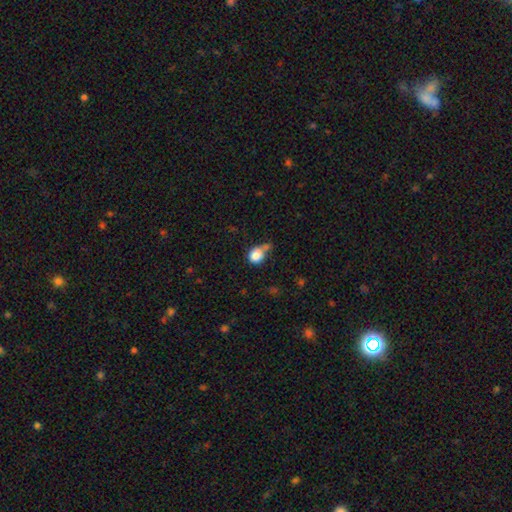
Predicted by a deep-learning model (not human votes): Smooth or featured: smooth — 82% (star or artifact — 10%)
How rounded: round — 69% (in between — 30%)
Merging: none — 44% (merger — 24%)